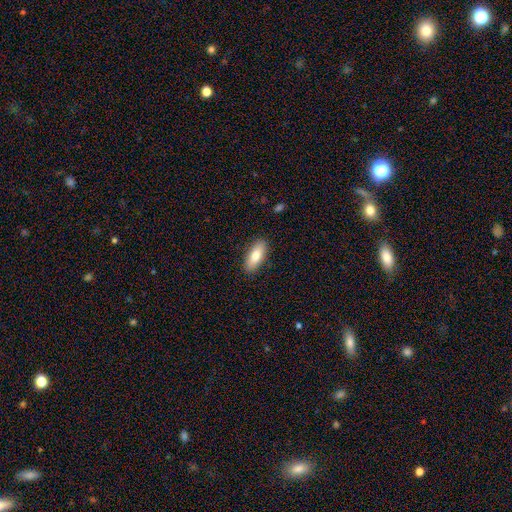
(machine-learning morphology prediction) Smooth or featured? smooth (78%)
How rounded? in between (76%)
Merging? none (88%)